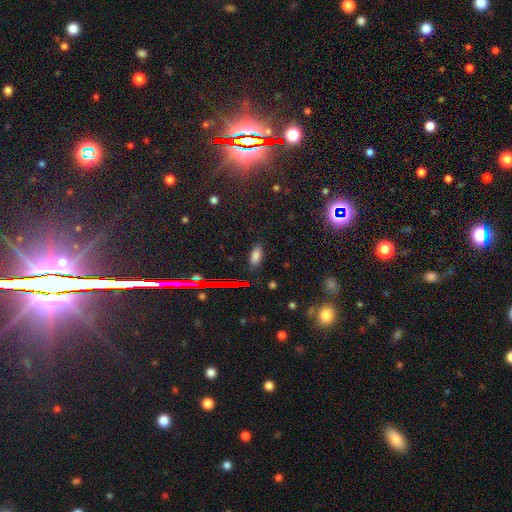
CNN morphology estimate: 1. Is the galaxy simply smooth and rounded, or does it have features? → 75% smooth, 17% star or artifact, 8% featured or disk.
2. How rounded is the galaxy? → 86% in between, 10% cigar-shaped, 4% round.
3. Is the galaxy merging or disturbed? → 84% none, 11% minor disturbance, 3% major disturbance, 2% merger.